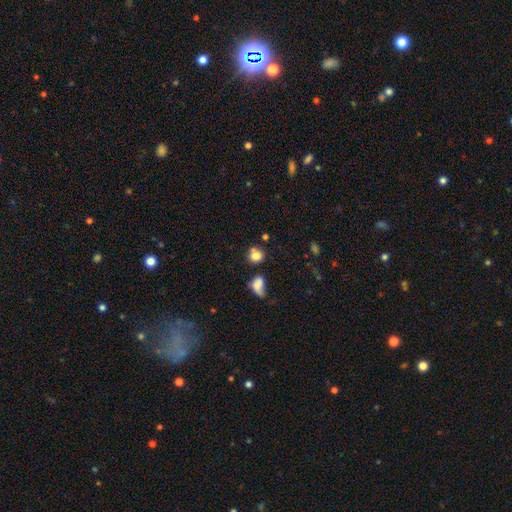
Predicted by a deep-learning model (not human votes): Smooth or featured? smooth (79%)
How rounded? round (79%)
Merging? none (55%)